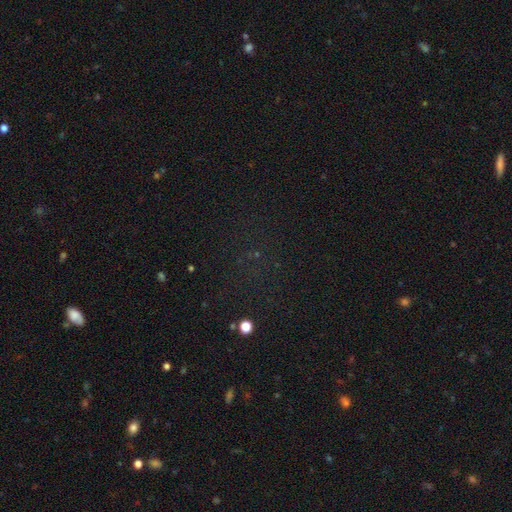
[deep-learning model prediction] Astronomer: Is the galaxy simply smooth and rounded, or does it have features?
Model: star or artifact — 66%.